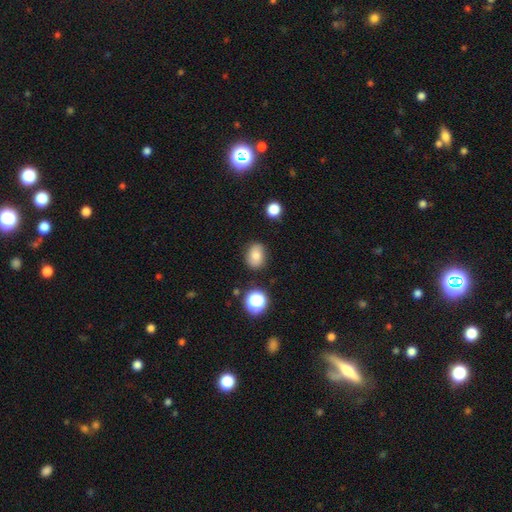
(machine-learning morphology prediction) A smooth galaxy with no disk features (80%) that is in between round and cigar-shaped (58%).

Vote fractions:
- Smooth or featured? smooth: 80% / star or artifact: 12% / featured or disk: 8%
- How rounded? in between: 58% / round: 41% / cigar-shaped: 1%
- Merging? none: 82% / minor disturbance: 12% / major disturbance: 3% / merger: 2%